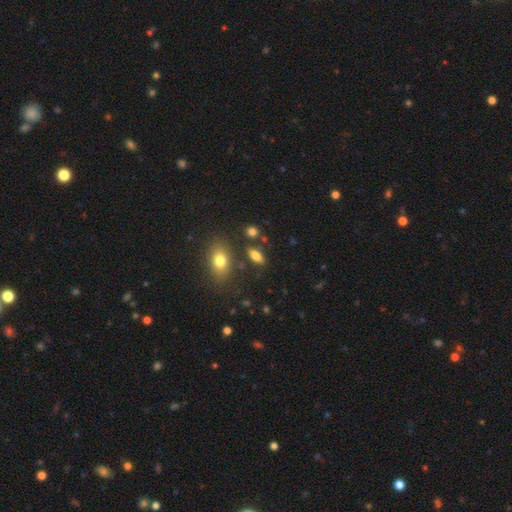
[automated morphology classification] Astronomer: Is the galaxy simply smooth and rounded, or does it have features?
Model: smooth — 78%.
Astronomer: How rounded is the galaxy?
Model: in between — 82%.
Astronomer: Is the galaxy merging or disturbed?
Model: none — 79%.